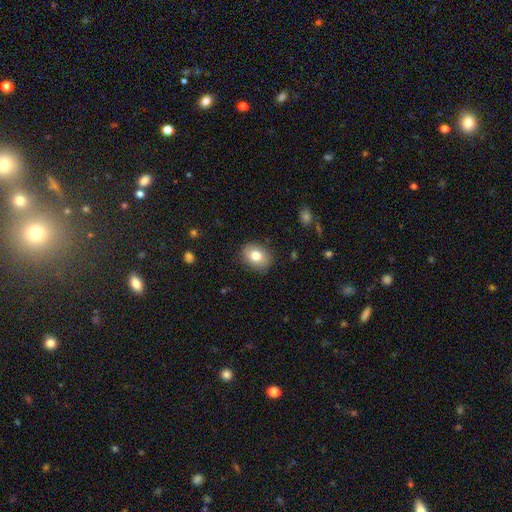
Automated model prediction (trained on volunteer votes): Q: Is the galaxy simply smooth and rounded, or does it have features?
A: smooth — 79%.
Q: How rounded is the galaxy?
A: in between — 59%.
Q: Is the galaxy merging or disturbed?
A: none — 87%.